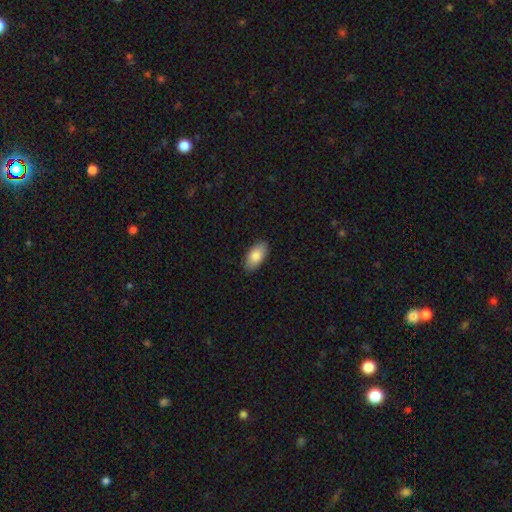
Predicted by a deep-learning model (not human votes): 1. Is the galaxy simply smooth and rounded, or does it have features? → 84% smooth, 10% featured or disk, 6% star or artifact.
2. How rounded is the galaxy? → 94% in between, 4% cigar-shaped, 2% round.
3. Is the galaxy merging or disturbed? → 88% none, 9% minor disturbance, 2% major disturbance, 1% merger.